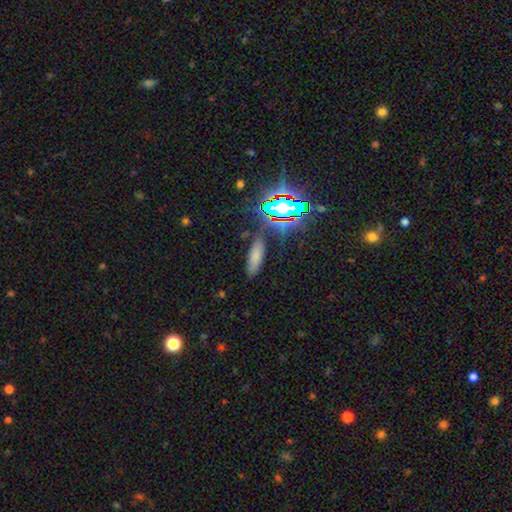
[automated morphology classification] A smooth galaxy with no disk features (67%) that is in between round and cigar-shaped (55%).

Vote fractions:
- Smooth or featured? smooth: 67% / star or artifact: 22% / featured or disk: 11%
- How rounded? in between: 55% / cigar-shaped: 42% / round: 3%
- Merging? none: 80% / minor disturbance: 13% / major disturbance: 4% / merger: 4%